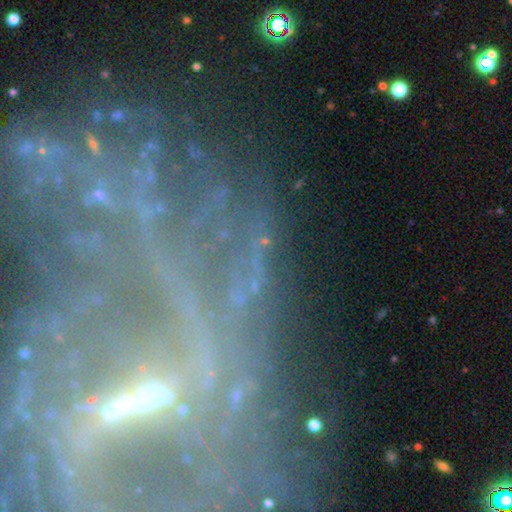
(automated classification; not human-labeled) This is likely a featured or disk galaxy (72%). It is clearly not viewed edge-on (88%). Bar: possibly strong (51%). Spiral arm pattern: likely yes (76%). Central bulge: marginally small (40%). Merging: likely none (62%).